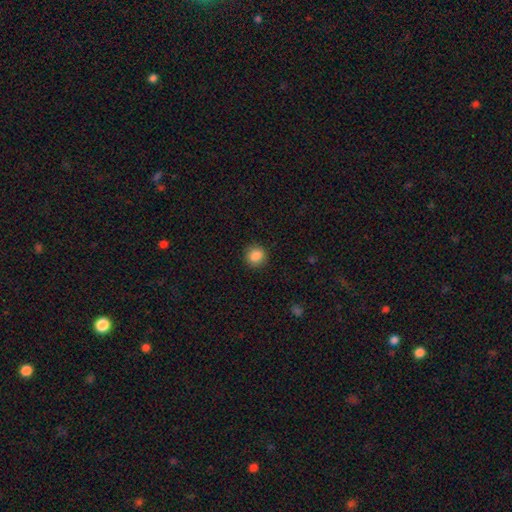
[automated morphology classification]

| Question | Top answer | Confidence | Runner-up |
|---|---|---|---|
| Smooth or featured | smooth | 87% | star or artifact (10%) |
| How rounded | round | 88% | in between (11%) |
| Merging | none | 90% | minor disturbance (7%) |